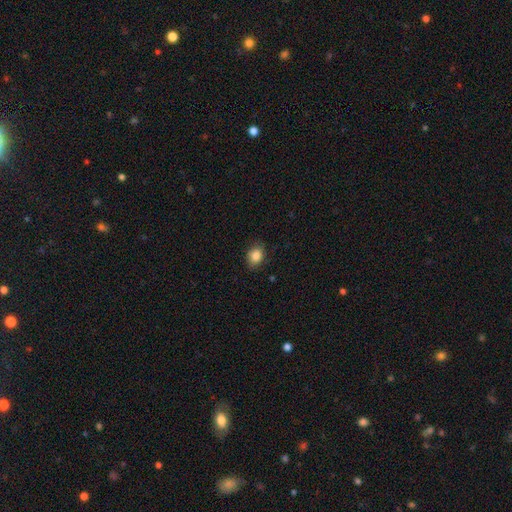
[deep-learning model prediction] Smooth or featured: smooth — 85% (star or artifact — 9%)
How rounded: in between — 60% (round — 39%)
Merging: none — 83% (minor disturbance — 13%)